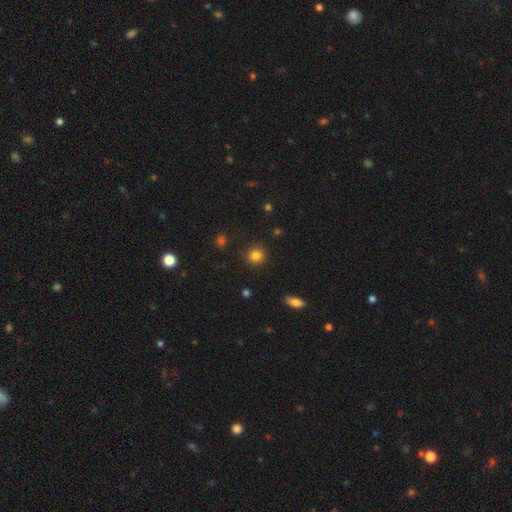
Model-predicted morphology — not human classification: Overall: smooth (83%). How rounded: round (91%). Merging: none (89%).